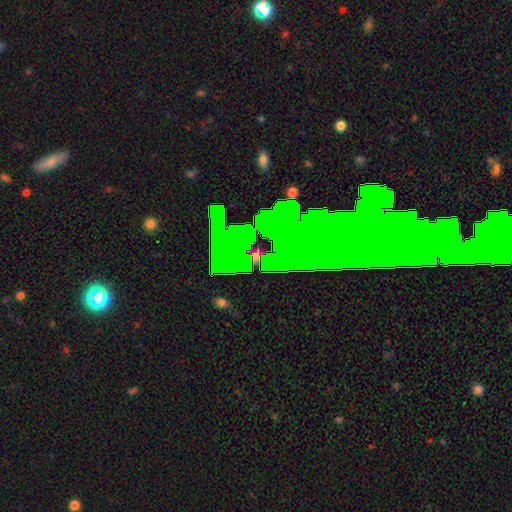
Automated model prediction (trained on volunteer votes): Smooth or featured? star or artifact (78%)